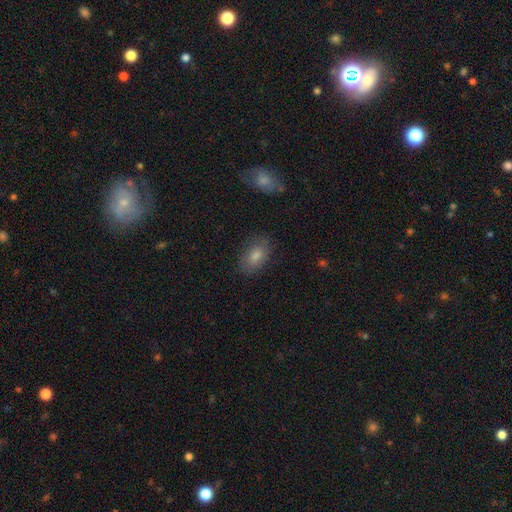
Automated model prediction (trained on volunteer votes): A smooth galaxy with no disk features (75%) that is in between round and cigar-shaped (90%).

Vote fractions:
- Smooth or featured? smooth: 75% / featured or disk: 13% / star or artifact: 11%
- How rounded? in between: 90% / round: 8% / cigar-shaped: 2%
- Merging? none: 84% / minor disturbance: 11% / major disturbance: 3% / merger: 2%